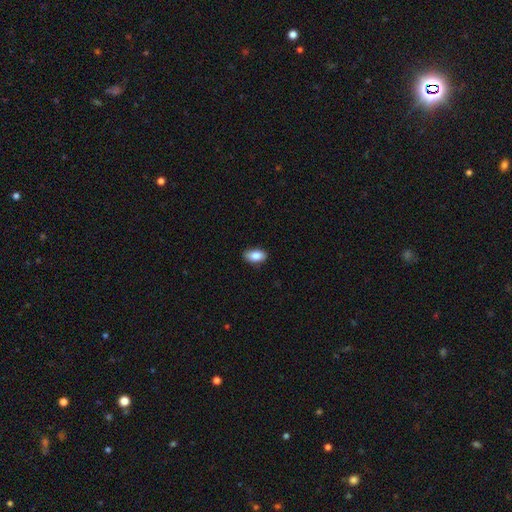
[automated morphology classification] This is clearly a smooth galaxy (86%). How rounded: clearly in between (92%). Merging: clearly none (86%).